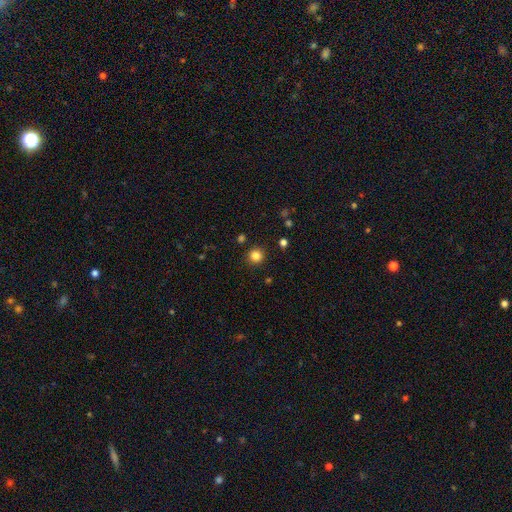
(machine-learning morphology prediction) Overall: smooth (83%). How rounded: round (94%). Merging: none (91%).